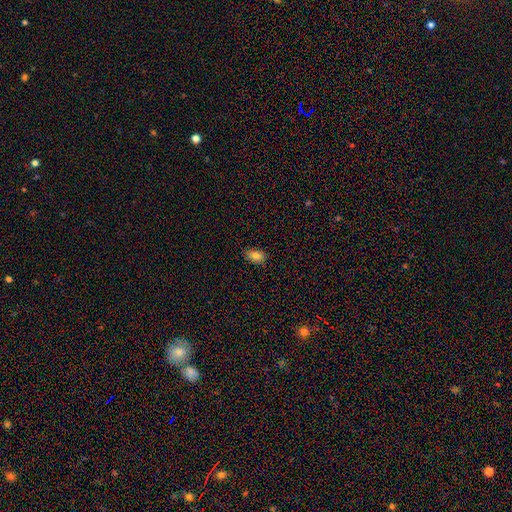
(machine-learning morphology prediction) This appears to be a smooth galaxy with no disk features (84%) that is in between round and cigar-shaped (88%). Merging: none (83%).